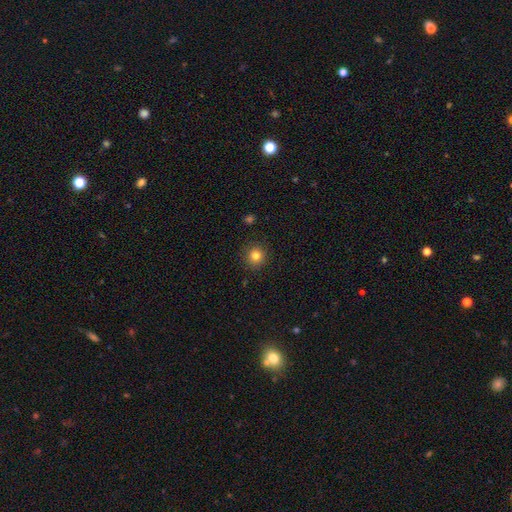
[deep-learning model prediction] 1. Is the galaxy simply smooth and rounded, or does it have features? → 81% smooth, 12% star or artifact, 6% featured or disk.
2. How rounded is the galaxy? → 93% round, 6% in between, 1% cigar-shaped.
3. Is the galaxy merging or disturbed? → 90% none, 6% minor disturbance, 2% major disturbance, 1% merger.